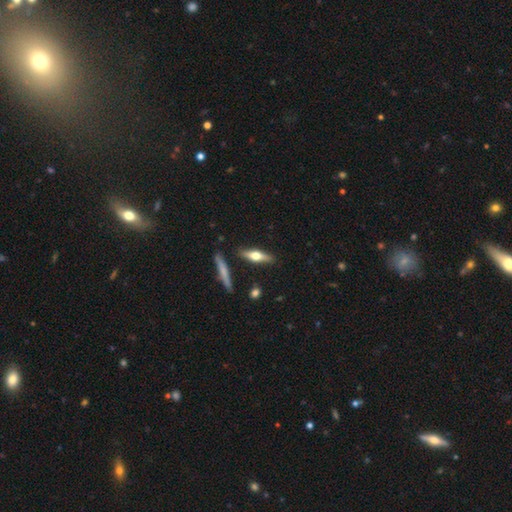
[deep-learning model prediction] Smooth or featured?
  - featured or disk: 53% *
  - smooth: 41%
  - star or artifact: 6%
Edge-on disk?
  - yes: 94% *
  - no: 6%
Merging?
  - none: 85% *
  - minor disturbance: 10%
  - merger: 3%
  - major disturbance: 2%